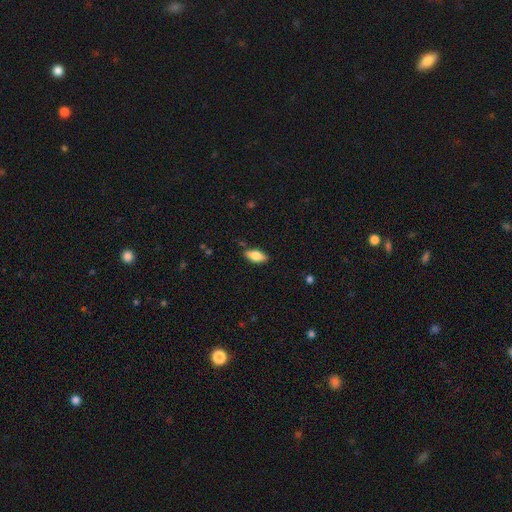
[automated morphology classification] A smooth galaxy with no disk features (77%) that is in between round and cigar-shaped (85%).

Vote fractions:
- Smooth or featured? smooth: 77% / featured or disk: 16% / star or artifact: 7%
- How rounded? in between: 85% / cigar-shaped: 12% / round: 3%
- Merging? none: 83% / minor disturbance: 13% / major disturbance: 2% / merger: 2%